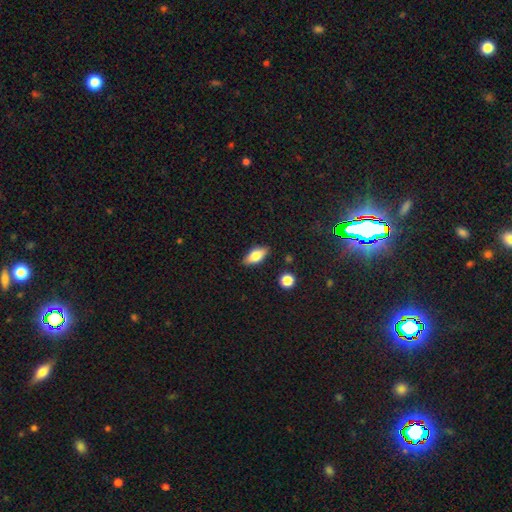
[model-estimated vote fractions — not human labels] Morphology: type=smooth (73%); roundness=in between (84%); merging=none (86%).